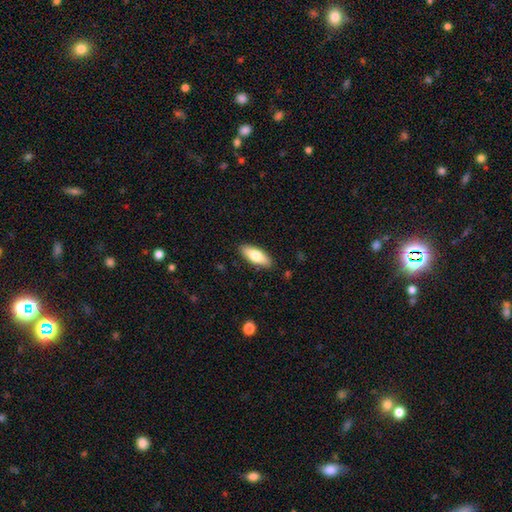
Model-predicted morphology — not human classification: smooth 75%, featured or disk 20%, star or artifact 6%. Down the decision tree: how rounded — in between (74%); merging — none (88%).